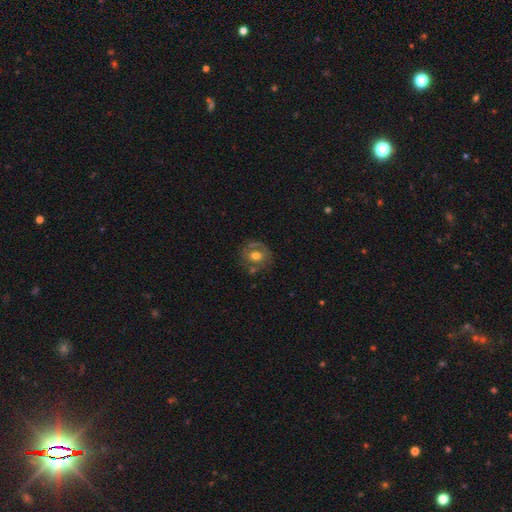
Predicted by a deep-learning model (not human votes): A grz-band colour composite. It shows a smooth galaxy with no disk features (46%). Merging: none (63%).